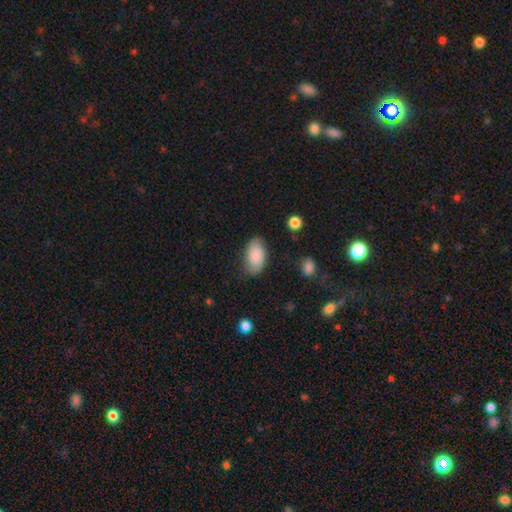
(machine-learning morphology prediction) Smooth or featured?
  - smooth: 85% *
  - featured or disk: 9%
  - star or artifact: 6%
How rounded?
  - in between: 94% *
  - round: 4%
  - cigar-shaped: 2%
Merging?
  - none: 79% *
  - minor disturbance: 16%
  - major disturbance: 4%
  - merger: 2%